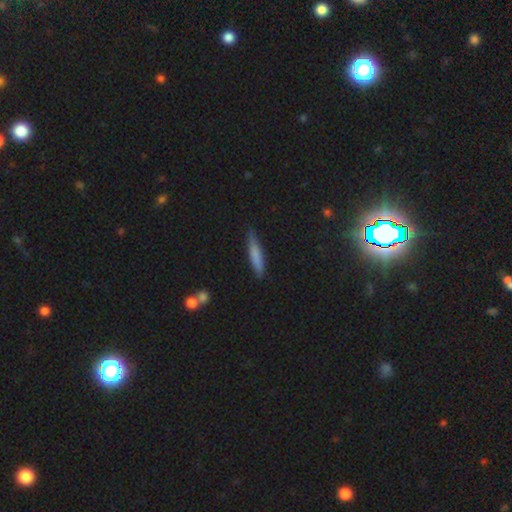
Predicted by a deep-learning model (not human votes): Q: Smooth or featured?
A: smooth (71%); runner-up: featured or disk (22%)
Q: How rounded?
A: cigar-shaped (88%); runner-up: in between (11%)
Q: Merging?
A: none (80%); runner-up: minor disturbance (16%)